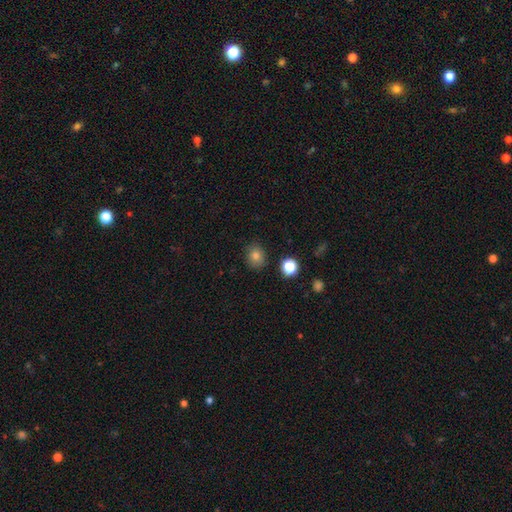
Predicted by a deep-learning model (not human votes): smooth 80%, star or artifact 13%, featured or disk 7%. Down the decision tree: how rounded — round (71%); merging — none (85%).